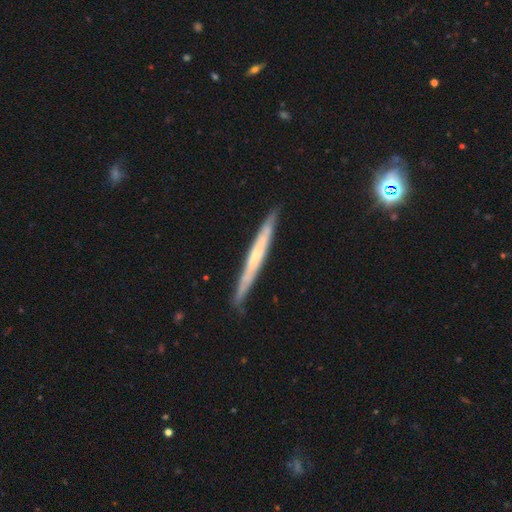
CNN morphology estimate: Smooth or featured? featured or disk (59%)
Edge-on disk? yes (93%)
Edge-on bulge? none (68%)
Merging? none (87%)